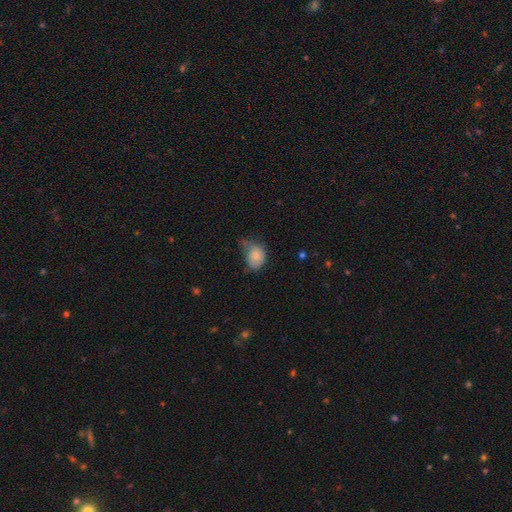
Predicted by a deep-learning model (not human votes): smooth-or-featured: smooth: 79% | featured or disk: 12% | star or artifact: 9%
  how-rounded: in between: 66% | round: 33% | cigar-shaped: 1%
  merging: minor disturbance: 40% | major disturbance: 28% | none: 26% | merger: 6%